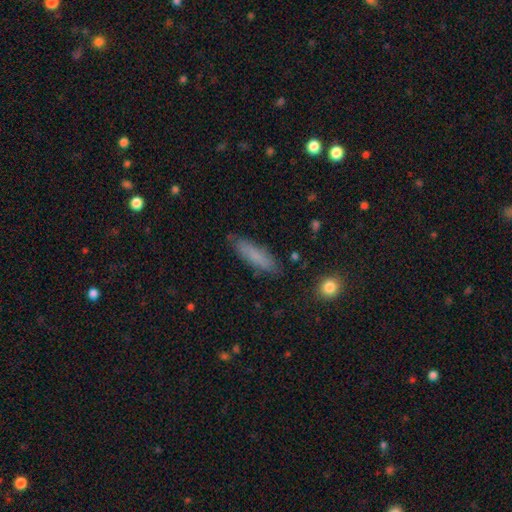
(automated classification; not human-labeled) Morphology: type=smooth (78%); roundness=cigar-shaped (68%); merging=none (84%).